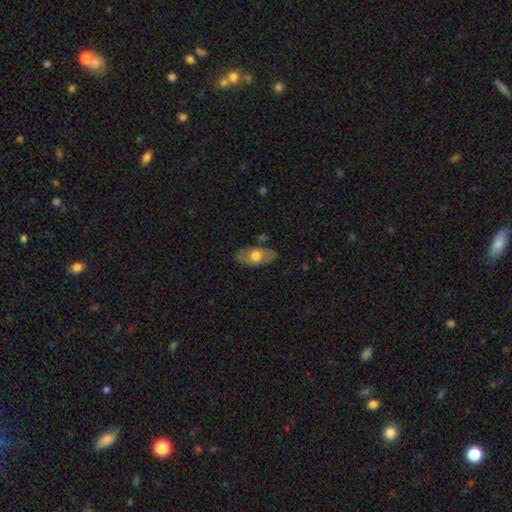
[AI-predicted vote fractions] smooth-or-featured: smooth: 55% | featured or disk: 39% | star or artifact: 6%
  how-rounded: in between: 90% | round: 6% | cigar-shaped: 4%
  merging: none: 79% | minor disturbance: 15% | major disturbance: 3% | merger: 2%